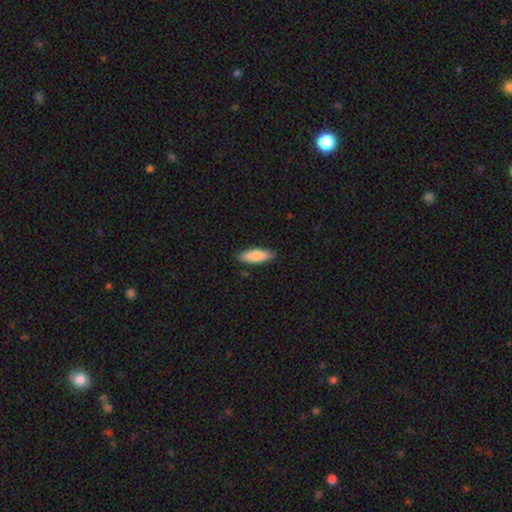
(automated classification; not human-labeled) The model was most divided on "how rounded": in between: 57%, cigar-shaped: 42%, round: 2%. More confident: merging — none (88%); smooth or featured — smooth (83%).